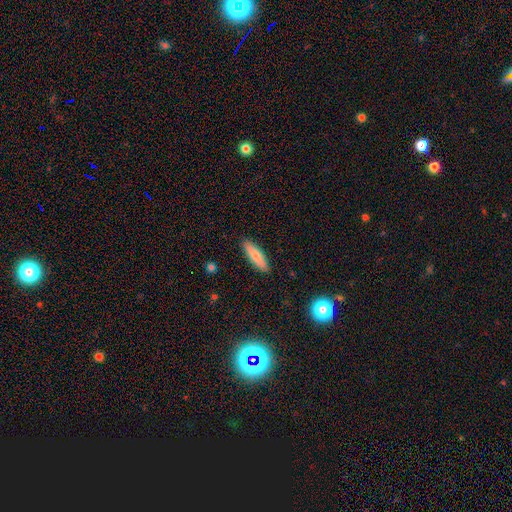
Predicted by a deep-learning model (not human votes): smooth-or-featured: smooth: 77% | featured or disk: 17% | star or artifact: 6%
  how-rounded: cigar-shaped: 65% | in between: 34% | round: 2%
  merging: none: 90% | minor disturbance: 7% | major disturbance: 2% | merger: 1%